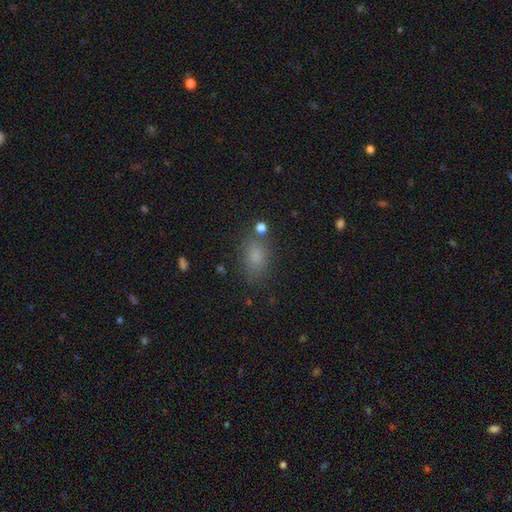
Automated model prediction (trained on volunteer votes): Smooth or featured? smooth (77%)
How rounded? in between (77%)
Merging? none (77%)